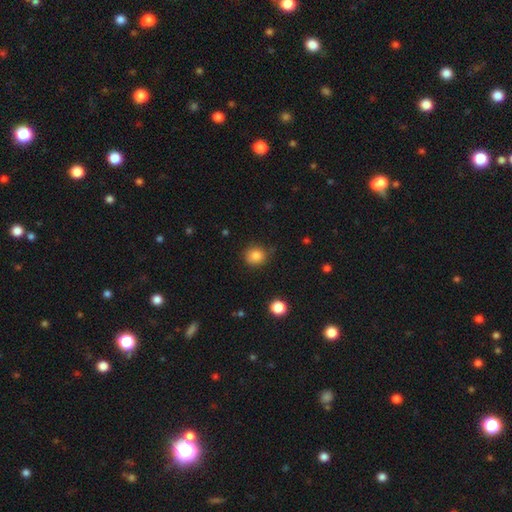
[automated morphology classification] Q: Smooth or featured?
A: smooth (84%); runner-up: star or artifact (11%)
Q: How rounded?
A: round (86%); runner-up: in between (13%)
Q: Merging?
A: none (83%); runner-up: minor disturbance (12%)